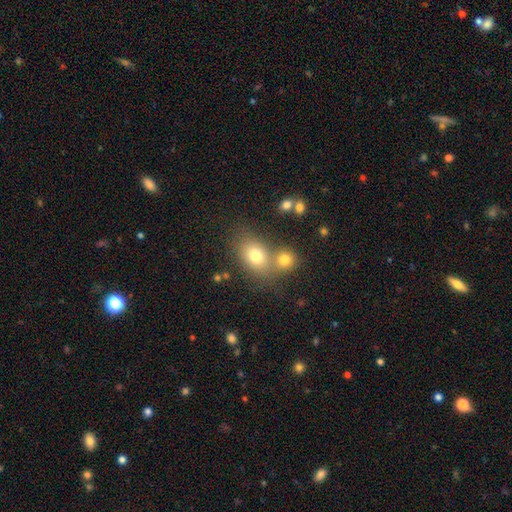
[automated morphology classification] Overall: smooth (75%). How rounded: in between (63%; round 35%). Merging: none (47%; merger 38%).